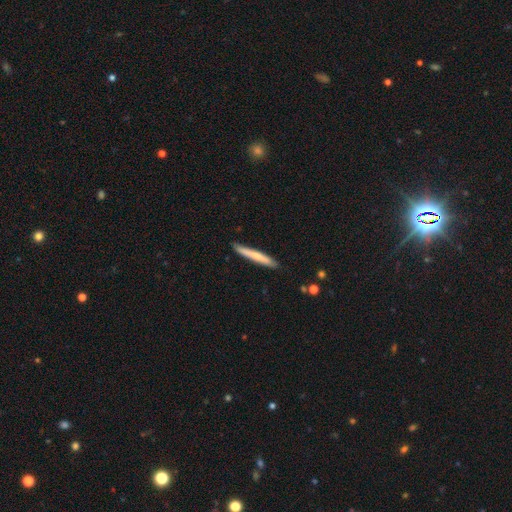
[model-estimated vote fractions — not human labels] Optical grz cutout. It shows a smooth galaxy with no disk features (69%) that is cigar-shaped (96%). Merging: none (87%).